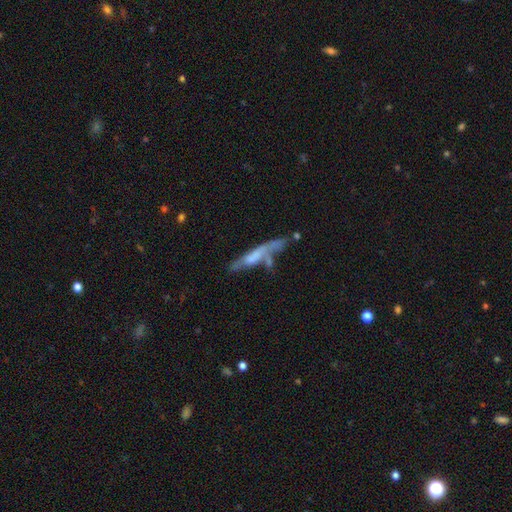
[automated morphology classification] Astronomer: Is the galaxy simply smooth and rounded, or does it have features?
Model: featured or disk — 47% (runner-up: smooth, 44%).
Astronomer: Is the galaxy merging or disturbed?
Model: none — 35% (runner-up: merger, 23%).